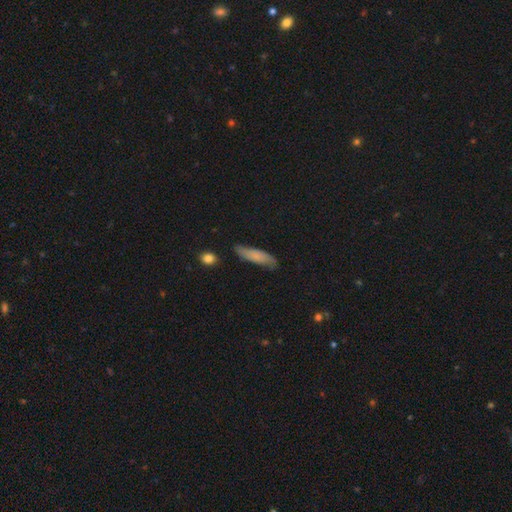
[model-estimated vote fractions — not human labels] Overall: smooth (69%). How rounded: cigar-shaped (64%; in between 34%). Merging: none (75%).